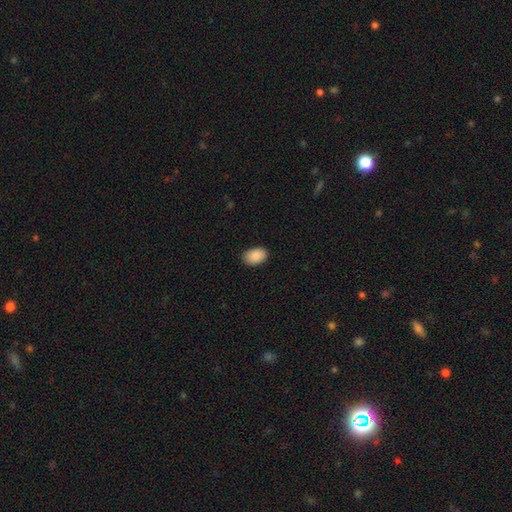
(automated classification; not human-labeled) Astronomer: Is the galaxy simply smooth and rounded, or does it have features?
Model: smooth — 90%.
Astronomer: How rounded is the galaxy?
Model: in between — 88%.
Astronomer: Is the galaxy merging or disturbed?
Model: none — 88%.